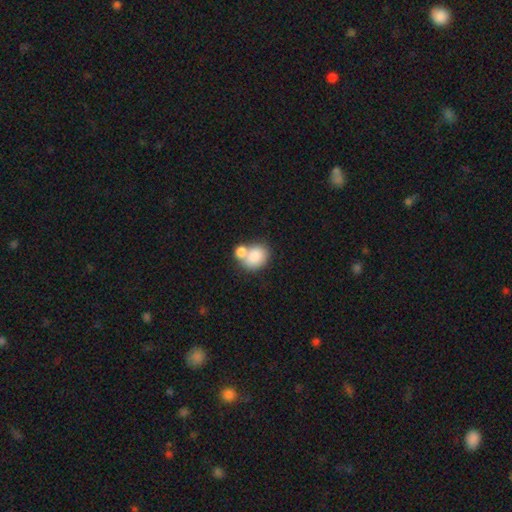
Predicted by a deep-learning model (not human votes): Morphology: type=smooth (82%); roundness=round (51%); merging=merger (54%).